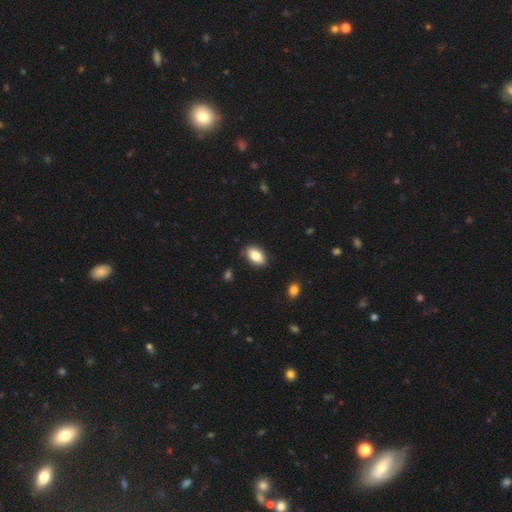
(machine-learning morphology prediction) Smooth or featured? smooth (84%)
How rounded? in between (92%)
Merging? none (85%)